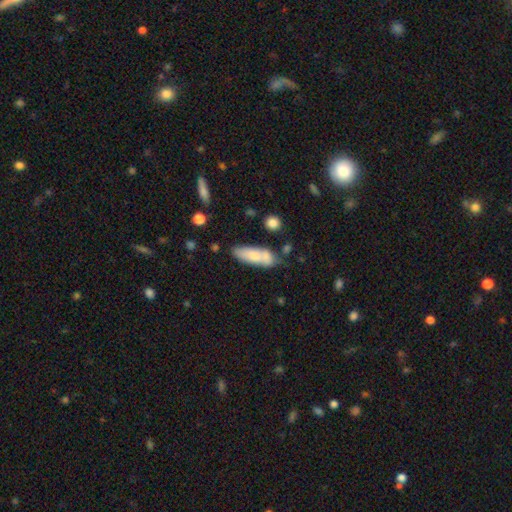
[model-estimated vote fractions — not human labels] The model was most divided on "how rounded": in between: 59%, cigar-shaped: 39%, round: 2%. More confident: smooth or featured — smooth (71%); merging — none (55%).